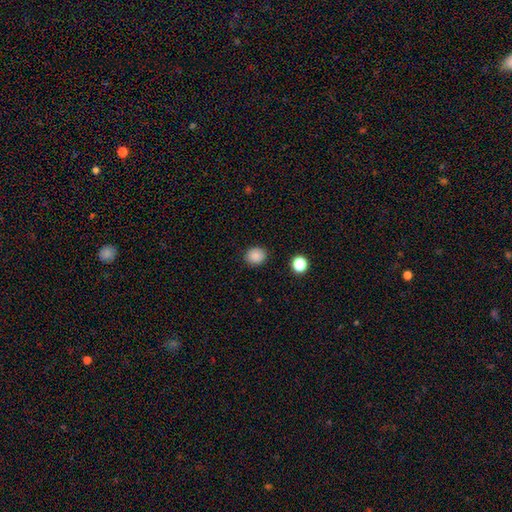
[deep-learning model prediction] smooth_or_featured: smooth (p=0.87) [alt: star or artifact p=0.10]
how_rounded: round (p=0.76) [alt: in between p=0.23]
merging: none (p=0.89) [alt: minor disturbance p=0.07]